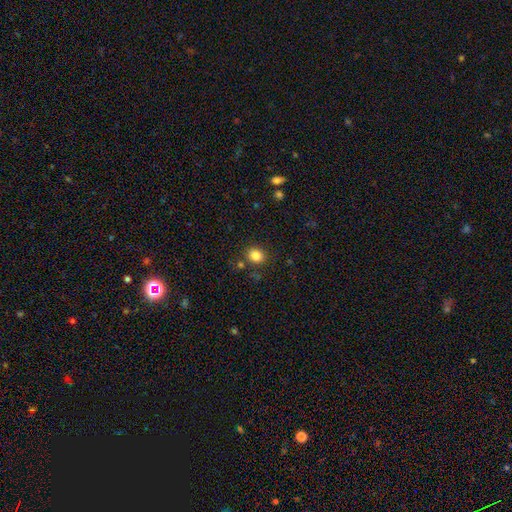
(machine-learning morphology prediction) A smooth galaxy with no disk features (84%) that is round (62%). Merging: none (82%).